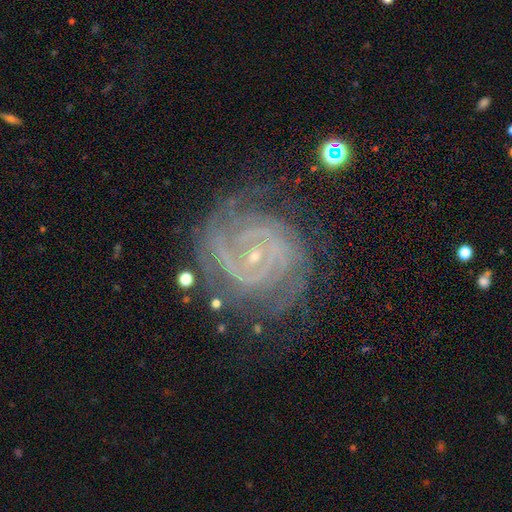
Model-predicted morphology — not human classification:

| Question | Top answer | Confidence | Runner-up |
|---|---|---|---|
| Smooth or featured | featured or disk | 89% | star or artifact (6%) |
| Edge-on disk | no | 97% | yes (3%) |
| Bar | no | 50% | weak (34%) |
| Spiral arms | yes | 98% | no (2%) |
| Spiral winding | tight | 72% | medium (24%) |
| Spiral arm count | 2 | 41% | can't tell (19%) |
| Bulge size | small | 85% | moderate (11%) |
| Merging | none | 71% | minor disturbance (18%) |